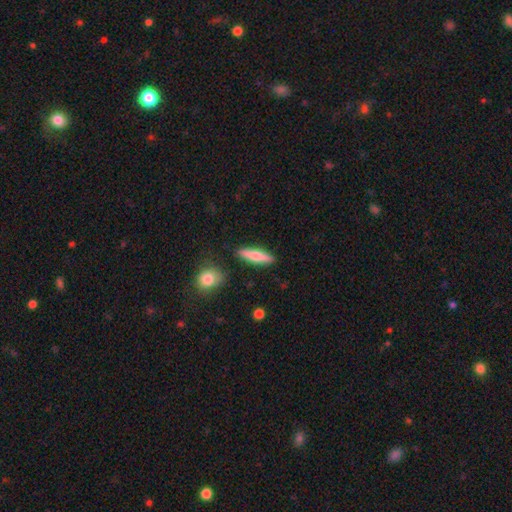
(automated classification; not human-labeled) smooth 67%, featured or disk 27%, star or artifact 6%. Down the decision tree: how rounded — cigar-shaped (76%); merging — none (88%).